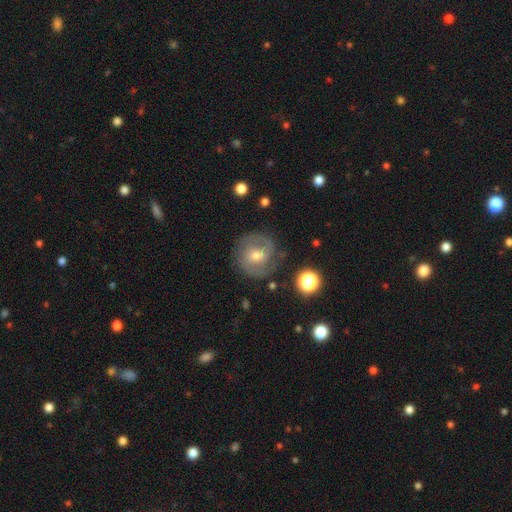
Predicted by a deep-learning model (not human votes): This is likely a featured or disk galaxy (72%). It is clearly not viewed edge-on (97%). Bar: possibly weak (46%). Spiral arm pattern: clearly yes (88%). Spiral arm count: likely 2 (80%). Spiral winding: marginally medium (45%). Central bulge: possibly moderate (58%). Merging: likely none (79%).